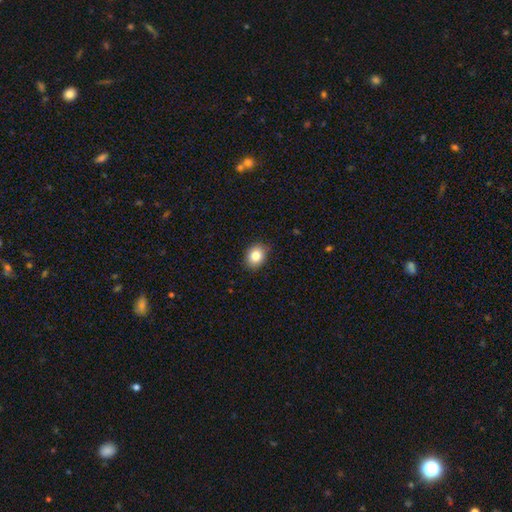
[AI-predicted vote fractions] Smooth or featured? smooth (83%)
How rounded? in between (53%)
Merging? none (86%)